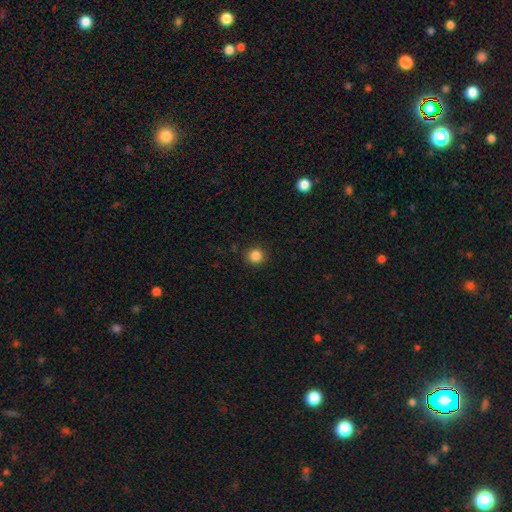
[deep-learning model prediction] Smooth or featured? smooth (85%)
How rounded? round (93%)
Merging? none (91%)